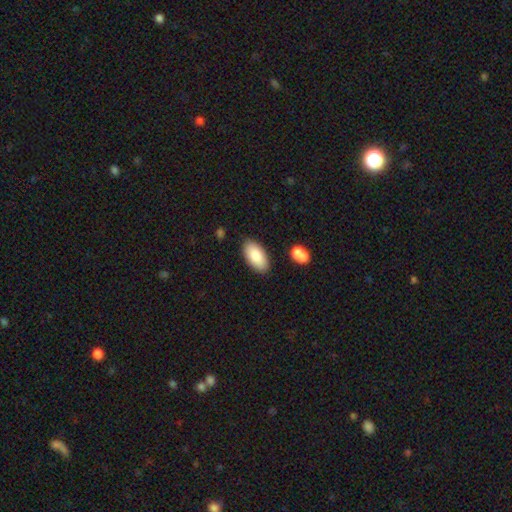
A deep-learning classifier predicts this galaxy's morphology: smooth 86%, featured or disk 8%, star or artifact 6%. Down the decision tree: how rounded — in between (94%); merging — none (86%).